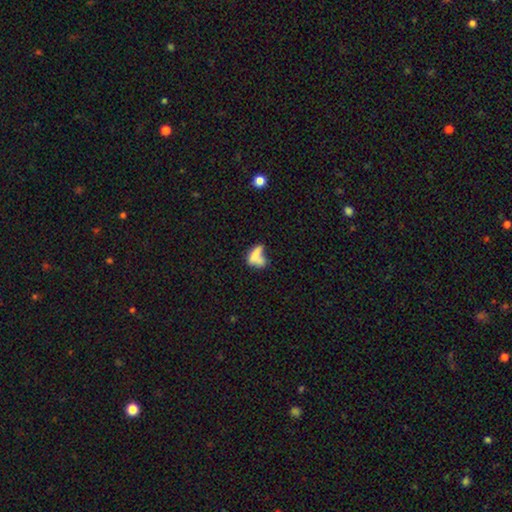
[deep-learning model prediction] This appears to be a smooth galaxy with no disk features (64%) that is in between round and cigar-shaped (66%). Merging: merger (44%).